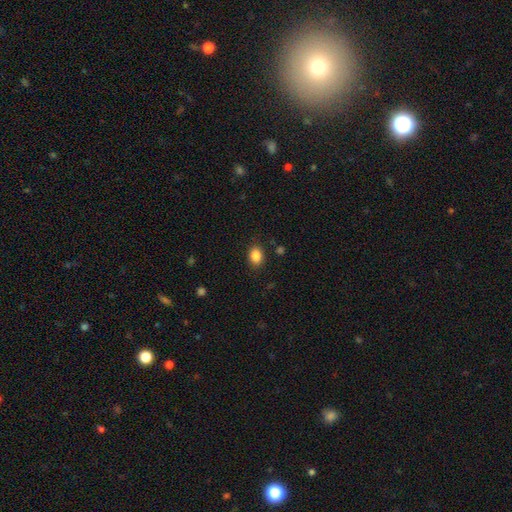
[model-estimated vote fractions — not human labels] smooth-or-featured: smooth: 86% | star or artifact: 9% | featured or disk: 4%
  how-rounded: in between: 69% | round: 30% | cigar-shaped: 1%
  merging: none: 86% | minor disturbance: 9% | major disturbance: 3% | merger: 2%